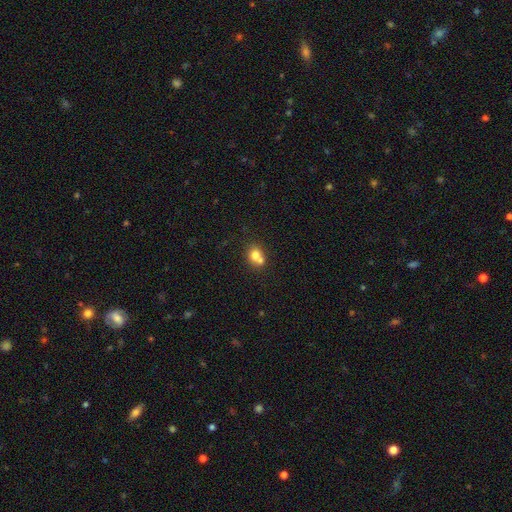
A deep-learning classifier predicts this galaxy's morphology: smooth-or-featured: smooth: 73% | featured or disk: 16% | star or artifact: 11%
  how-rounded: round: 68% | in between: 31% | cigar-shaped: 1%
  merging: merger: 53% | none: 36% | minor disturbance: 8% | major disturbance: 3%